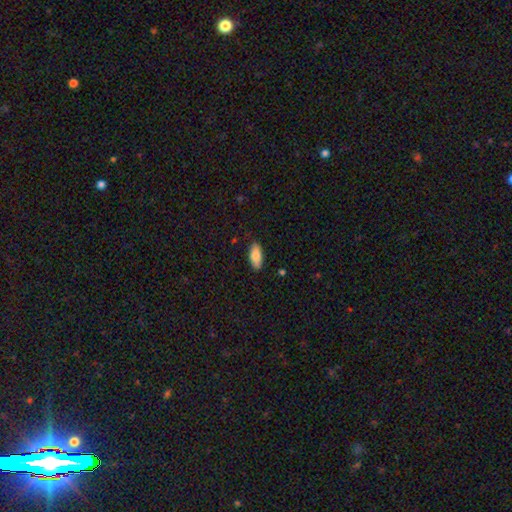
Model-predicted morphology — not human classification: smooth-or-featured: smooth: 84% | featured or disk: 10% | star or artifact: 6%
  how-rounded: in between: 85% | cigar-shaped: 14% | round: 2%
  merging: none: 86% | minor disturbance: 11% | major disturbance: 2% | merger: 1%